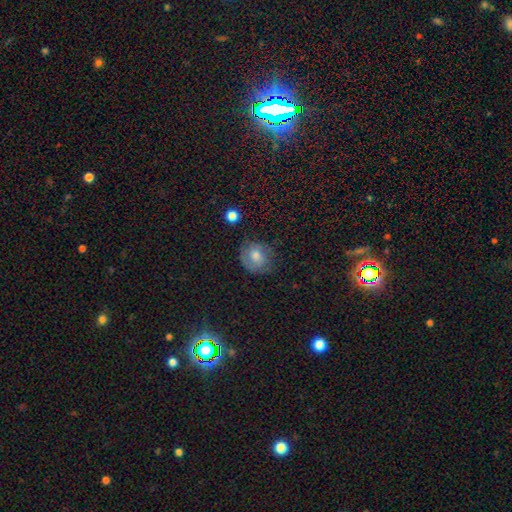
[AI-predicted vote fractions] A smooth galaxy with no disk features (54%) that is round (74%). Merging: none (70%).